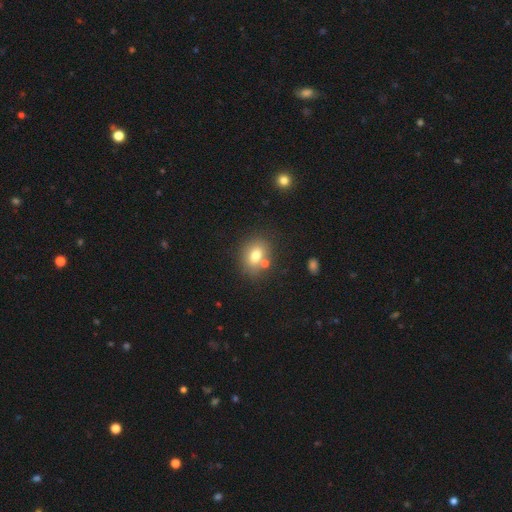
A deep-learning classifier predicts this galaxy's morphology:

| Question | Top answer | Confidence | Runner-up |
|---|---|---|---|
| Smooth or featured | smooth | 75% | featured or disk (14%) |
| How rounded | in between | 58% | round (41%) |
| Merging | none | 65% | merger (18%) |